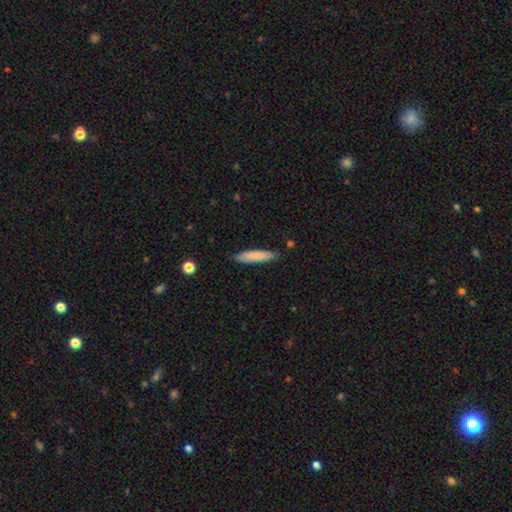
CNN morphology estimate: Q: Smooth or featured?
A: smooth (81%); runner-up: featured or disk (13%)
Q: How rounded?
A: cigar-shaped (83%); runner-up: in between (16%)
Q: Merging?
A: none (86%); runner-up: minor disturbance (11%)